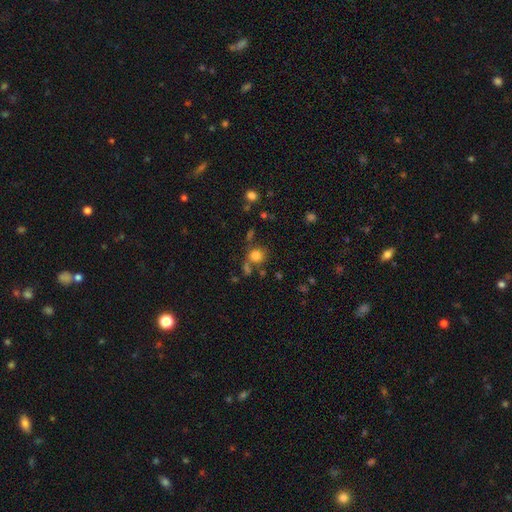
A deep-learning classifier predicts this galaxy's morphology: This is likely a smooth galaxy (78%). How rounded: clearly round (86%). Merging: likely none (66%).